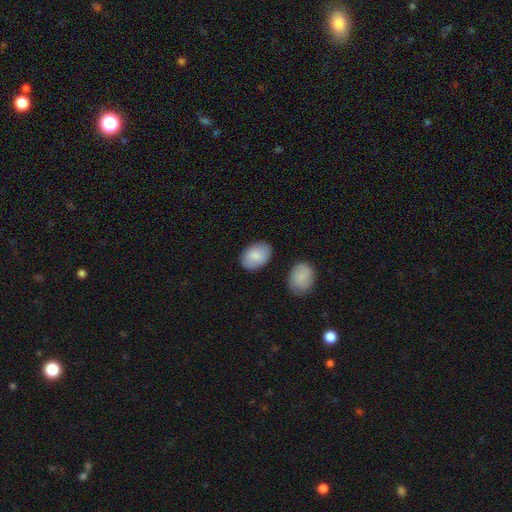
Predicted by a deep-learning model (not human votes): This appears to be a smooth galaxy with no disk features (85%) that is in between round and cigar-shaped (86%). Merging: none (80%).